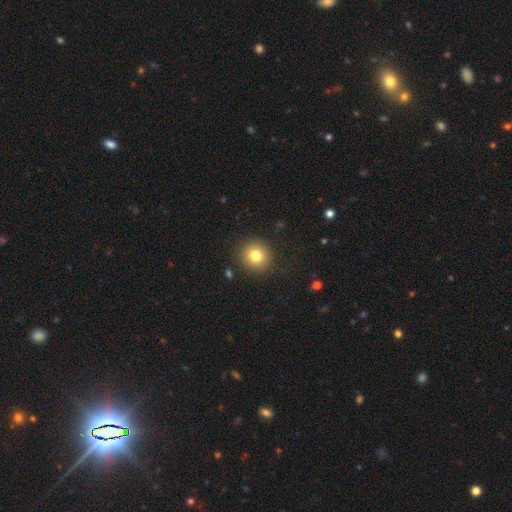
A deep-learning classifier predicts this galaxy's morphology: A smooth galaxy with no disk features (80%) that is round (90%). Merging: none (89%).